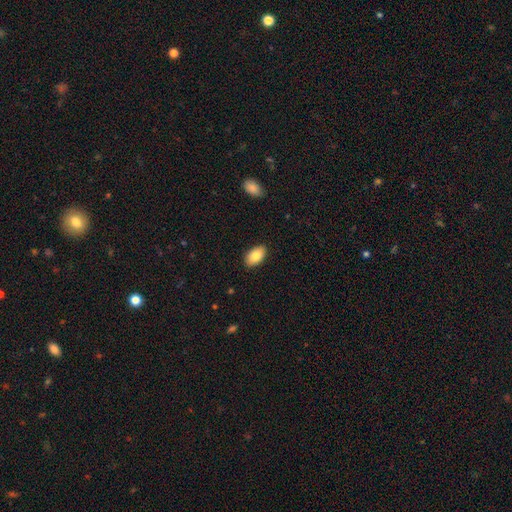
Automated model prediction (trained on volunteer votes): Q: Smooth or featured?
A: smooth (81%); runner-up: featured or disk (12%)
Q: How rounded?
A: in between (93%); runner-up: round (5%)
Q: Merging?
A: none (89%); runner-up: minor disturbance (8%)